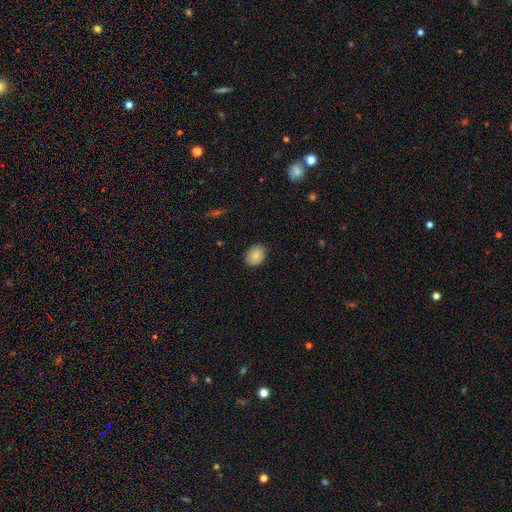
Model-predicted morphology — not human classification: type=smooth (84%); roundness=round (52%); merging=none (87%).